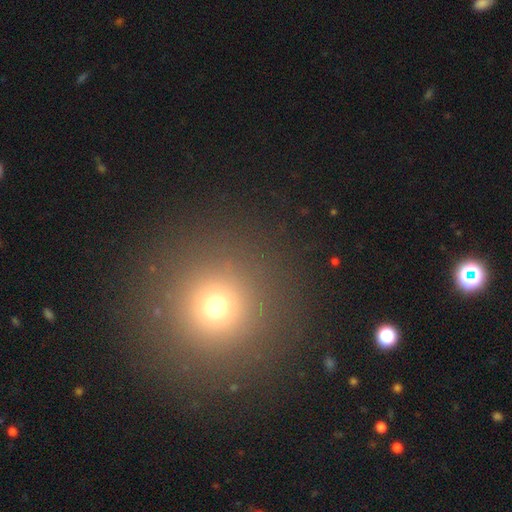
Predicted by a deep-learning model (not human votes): A smooth galaxy with no disk features (66%) that is round (96%). Merging: none (92%).